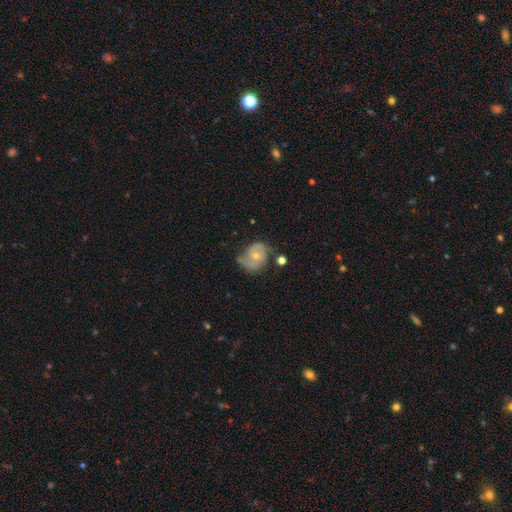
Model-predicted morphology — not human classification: Smooth or featured: featured or disk — 61% (smooth — 32%)
Edge-on disk: no — 97% (yes — 3%)
Bar: no — 66% (weak — 29%)
Spiral arms: yes — 81% (no — 19%)
Bulge size: moderate — 49% (small — 46%)
Merging: none — 48% (minor disturbance — 30%)